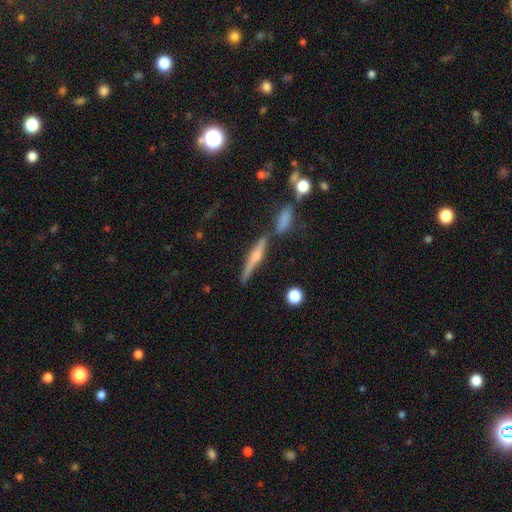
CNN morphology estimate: The model was most divided on "smooth or featured": featured or disk: 65%, smooth: 26%, star or artifact: 9%. More confident: edge-on disk — yes (94%); edge-on bulge — rounded (79%); merging — none (65%).